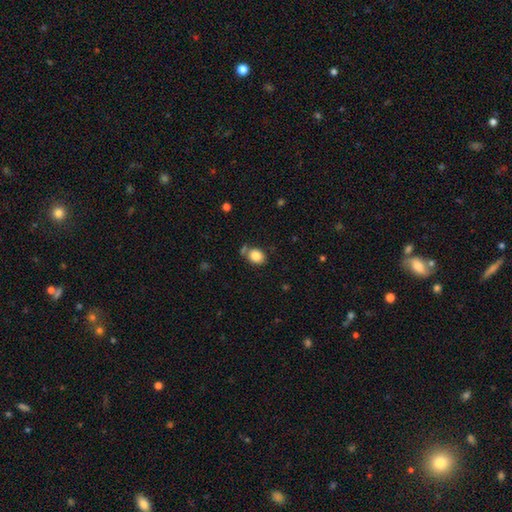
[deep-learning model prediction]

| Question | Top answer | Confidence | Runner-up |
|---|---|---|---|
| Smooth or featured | smooth | 83% | star or artifact (9%) |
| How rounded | in between | 57% | round (42%) |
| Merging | none | 68% | minor disturbance (15%) |